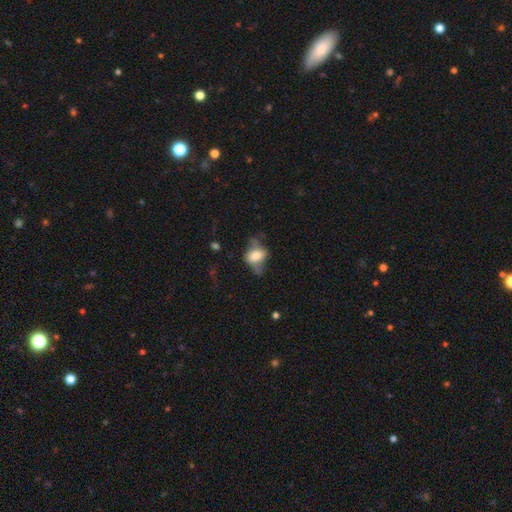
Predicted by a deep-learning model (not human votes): smooth 57%, featured or disk 34%, star or artifact 9%. Down the decision tree: how rounded — in between (75%); merging — none (43%).